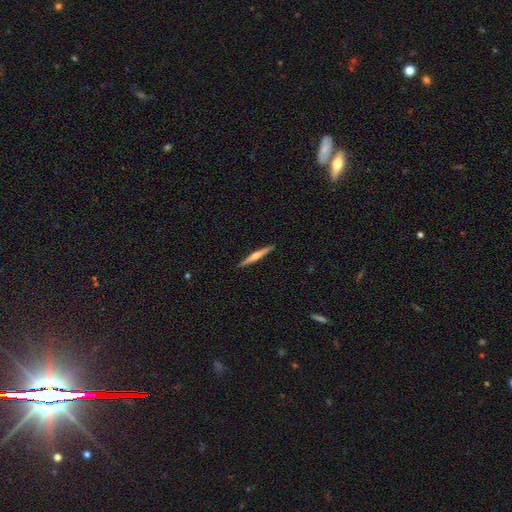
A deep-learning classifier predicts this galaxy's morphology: Smooth or featured: featured or disk — 63% (smooth — 31%)
Edge-on disk: yes — 98% (no — 2%)
Edge-on bulge: rounded — 82% (none — 12%)
Merging: none — 92% (minor disturbance — 6%)